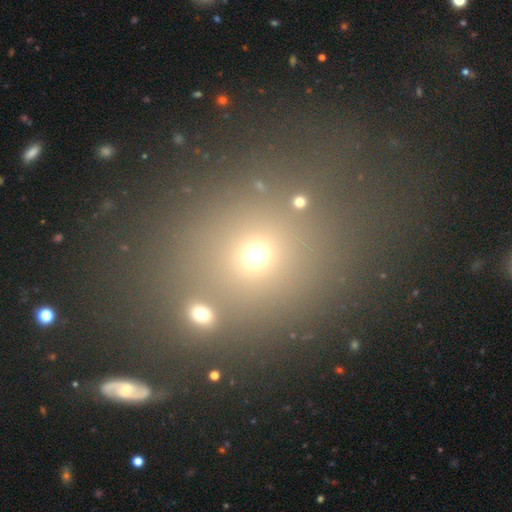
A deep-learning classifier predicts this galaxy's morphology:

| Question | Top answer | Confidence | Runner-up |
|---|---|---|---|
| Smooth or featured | smooth | 61% | star or artifact (27%) |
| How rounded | round | 59% | in between (39%) |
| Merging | none | 71% | minor disturbance (12%) |